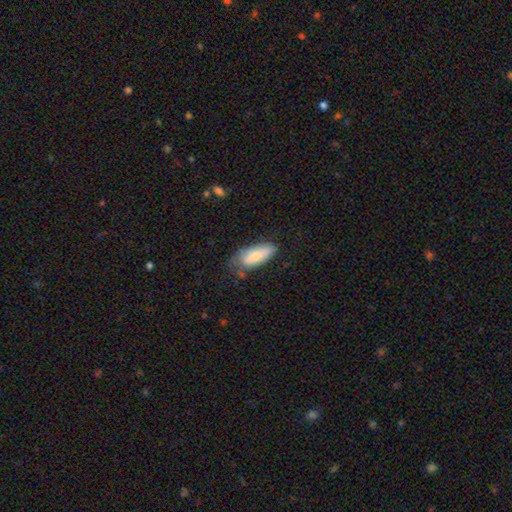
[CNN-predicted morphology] This appears to be a smooth galaxy with no disk features (78%) that is in between round and cigar-shaped (77%). Merging: none (54%).